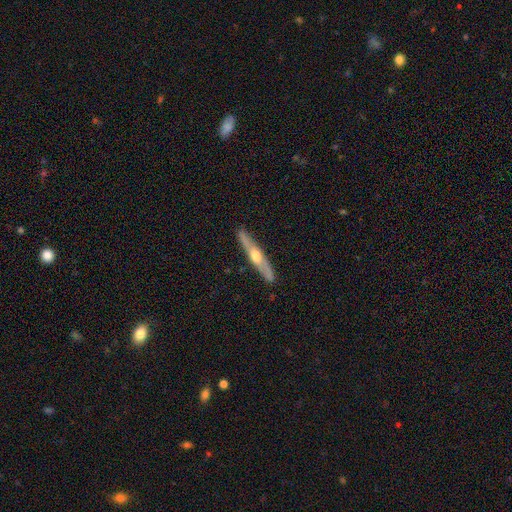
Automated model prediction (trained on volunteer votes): Smooth or featured?
  - featured or disk: 68% *
  - smooth: 28%
  - star or artifact: 5%
Edge-on disk?
  - yes: 92% *
  - no: 8%
Edge-on bulge?
  - rounded: 91% *
  - none: 6%
  - boxy: 3%
Merging?
  - none: 88% *
  - minor disturbance: 9%
  - major disturbance: 2%
  - merger: 1%